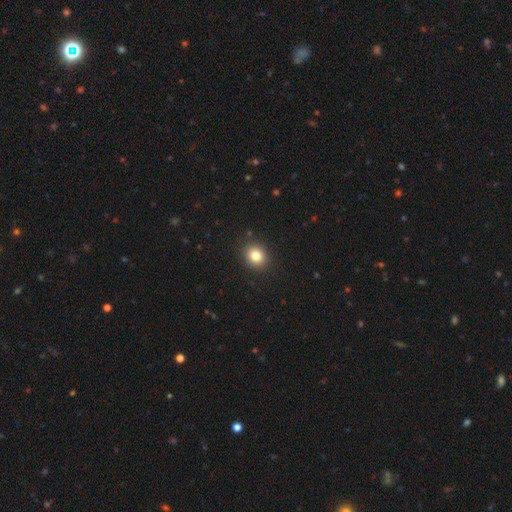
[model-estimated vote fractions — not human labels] Smooth or featured? smooth (82%)
How rounded? round (66%)
Merging? none (90%)